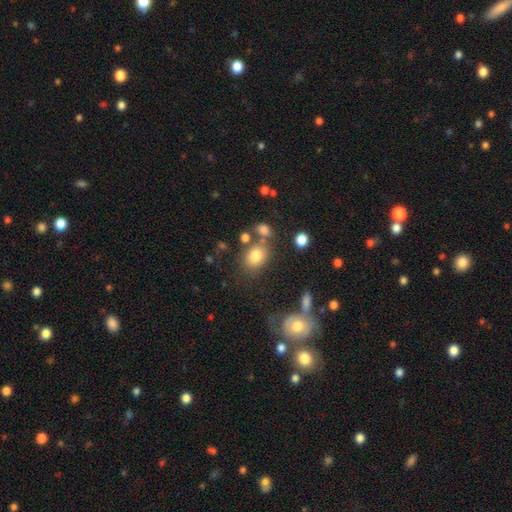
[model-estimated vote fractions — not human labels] smooth-or-featured: smooth: 78% | star or artifact: 12% | featured or disk: 11%
  how-rounded: in between: 61% | round: 38% | cigar-shaped: 1%
  merging: none: 64% | minor disturbance: 15% | merger: 14% | major disturbance: 7%